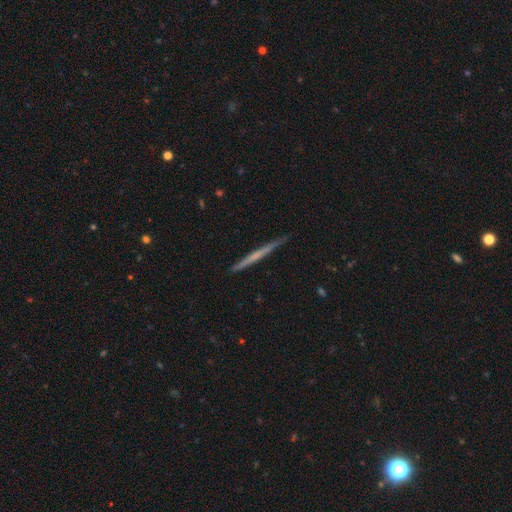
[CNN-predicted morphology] Smooth or featured? Predicted: featured or disk (p=0.57). Edge-on disk? Predicted: yes (p=0.98). Edge-on bulge? Predicted: none (p=0.82). Merging? Predicted: none (p=0.90).